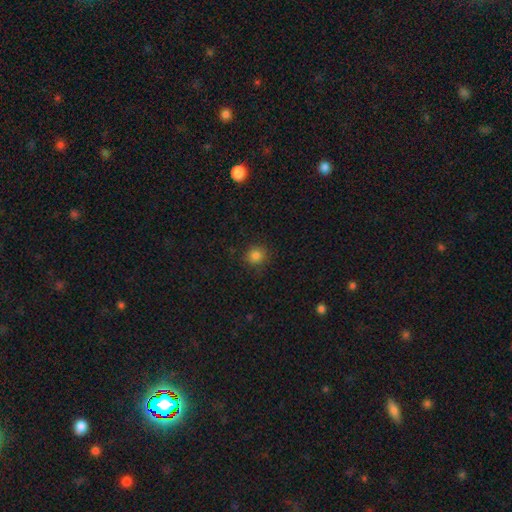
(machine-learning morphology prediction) Q: Smooth or featured?
A: smooth (83%); runner-up: star or artifact (12%)
Q: How rounded?
A: round (89%); runner-up: in between (10%)
Q: Merging?
A: none (87%); runner-up: minor disturbance (9%)